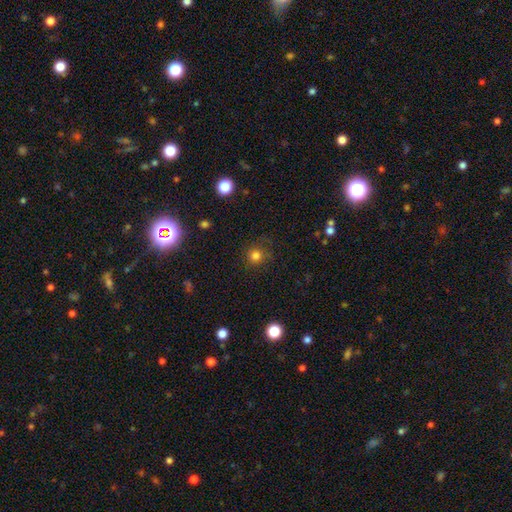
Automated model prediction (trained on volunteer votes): The model was most divided on "smooth or featured": smooth: 79%, star or artifact: 16%, featured or disk: 5%. More confident: how rounded — round (93%); merging — none (81%).